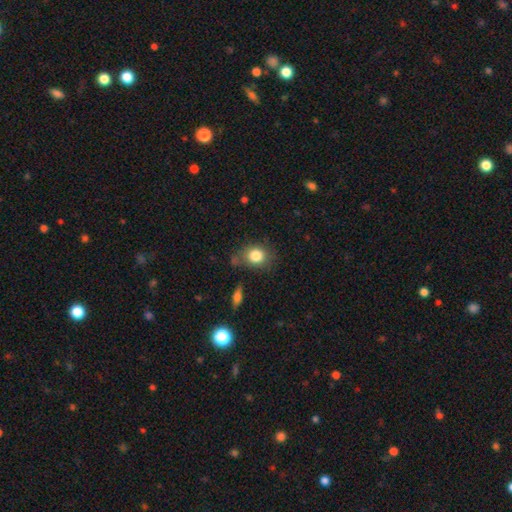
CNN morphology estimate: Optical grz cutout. It shows a smooth galaxy with no disk features (82%) that is round (62%). Merging: none (68%).